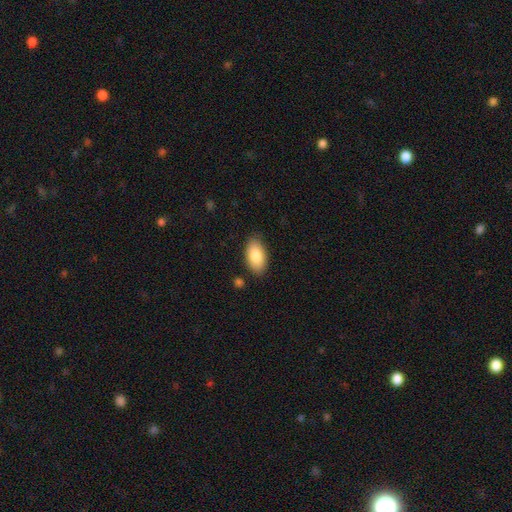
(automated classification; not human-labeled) Q: Smooth or featured?
A: smooth (85%); runner-up: featured or disk (9%)
Q: How rounded?
A: in between (94%); runner-up: round (3%)
Q: Merging?
A: none (84%); runner-up: minor disturbance (11%)